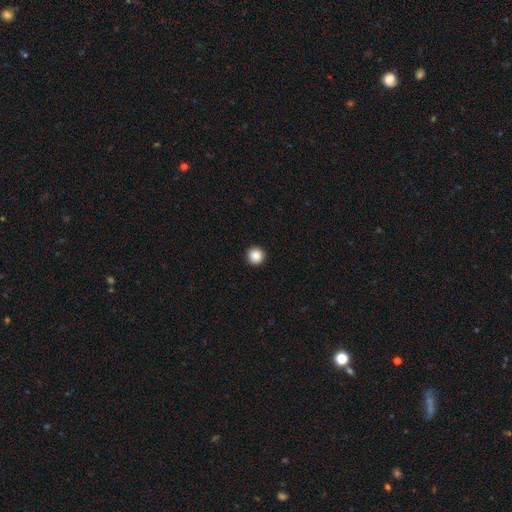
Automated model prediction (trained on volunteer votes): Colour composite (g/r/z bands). It shows a smooth galaxy with no disk features (88%) that is round (96%). Merging: none (94%).